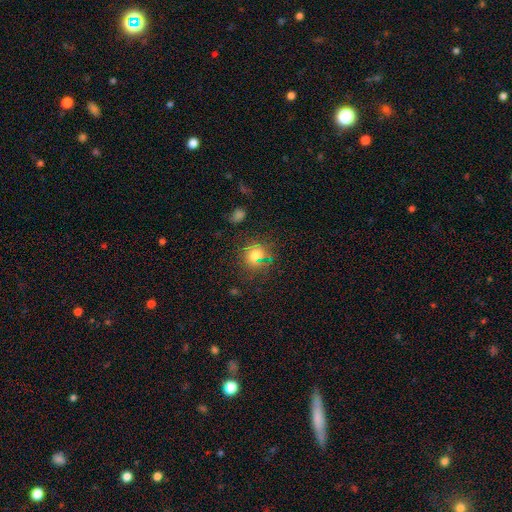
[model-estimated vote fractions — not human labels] smooth-or-featured: smooth: 72% | star or artifact: 17% | featured or disk: 11%
  how-rounded: round: 86% | in between: 13% | cigar-shaped: 1%
  merging: none: 77% | minor disturbance: 14% | major disturbance: 6% | merger: 2%